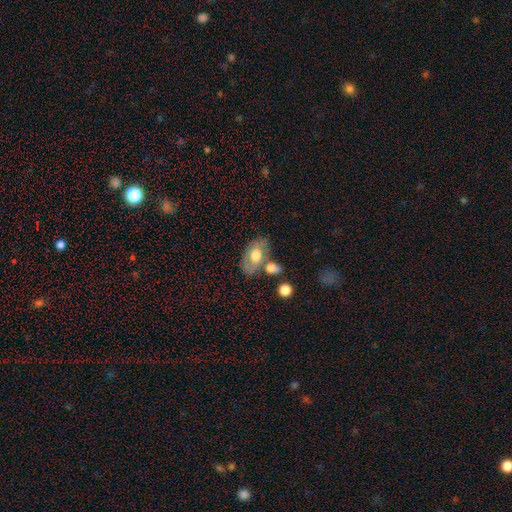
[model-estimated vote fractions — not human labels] Smooth or featured: smooth — 58% (featured or disk — 35%)
How rounded: in between — 89% (round — 9%)
Merging: none — 52% (merger — 23%)